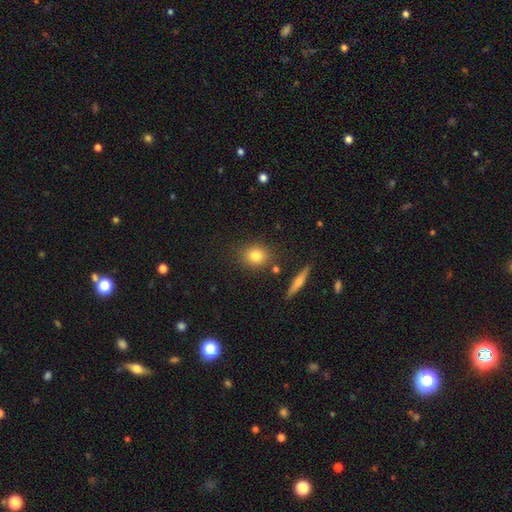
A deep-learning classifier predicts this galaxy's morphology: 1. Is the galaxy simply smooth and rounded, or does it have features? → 80% smooth, 10% featured or disk, 10% star or artifact.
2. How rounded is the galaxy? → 69% round, 28% in between, 3% cigar-shaped.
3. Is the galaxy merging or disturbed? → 82% none, 10% minor disturbance, 6% merger, 3% major disturbance.